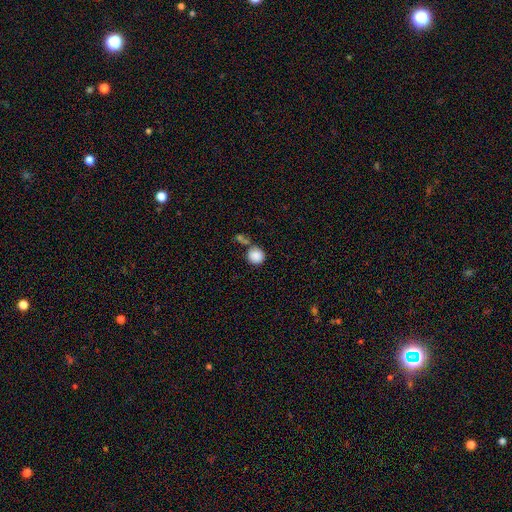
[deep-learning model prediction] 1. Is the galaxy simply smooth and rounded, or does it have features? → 87% smooth, 9% star or artifact, 4% featured or disk.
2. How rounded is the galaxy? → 91% round, 7% in between, 1% cigar-shaped.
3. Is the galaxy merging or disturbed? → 62% none, 20% merger, 13% minor disturbance, 5% major disturbance.